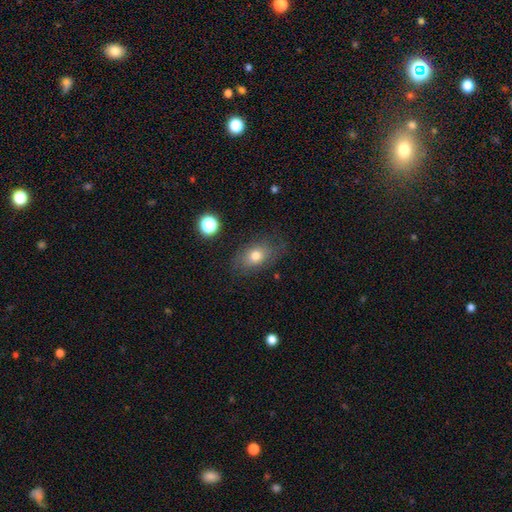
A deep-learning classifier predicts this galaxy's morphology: This is likely a smooth galaxy (72%). How rounded: likely in between (75%). Merging: likely none (73%).